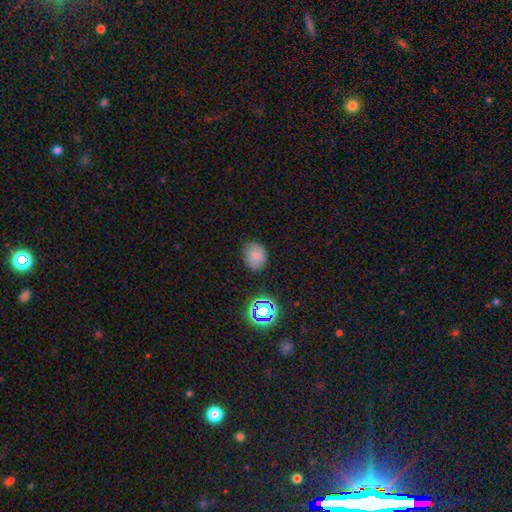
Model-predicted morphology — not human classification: Smooth or featured: smooth — 74% (star or artifact — 16%)
How rounded: round — 54% (in between — 45%)
Merging: none — 77% (minor disturbance — 17%)